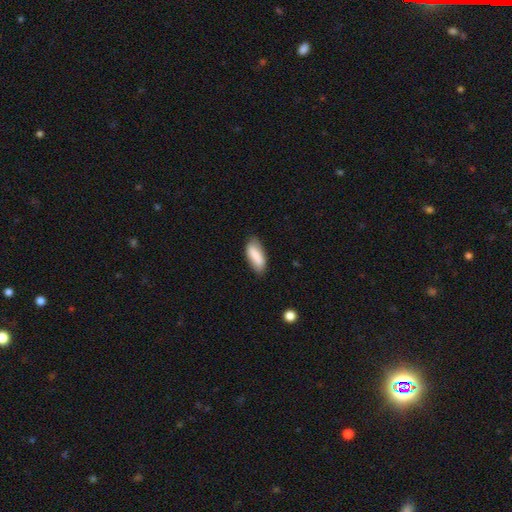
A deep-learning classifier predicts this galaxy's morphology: This is clearly a smooth galaxy (82%). How rounded: likely in between (79%). Merging: likely none (73%).